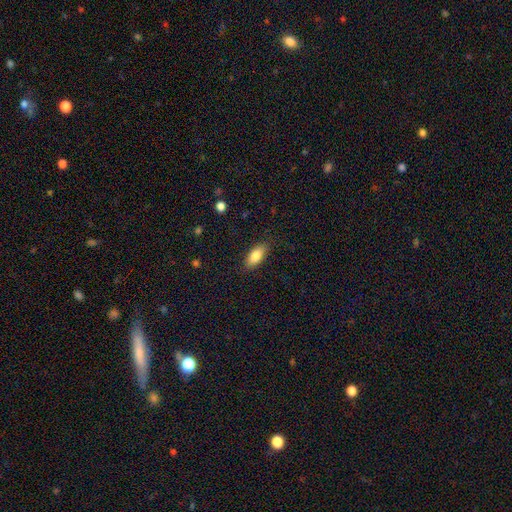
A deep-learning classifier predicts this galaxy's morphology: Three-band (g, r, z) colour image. It shows a smooth galaxy with no disk features (81%) that is in between round and cigar-shaped (81%). Merging: none (86%).